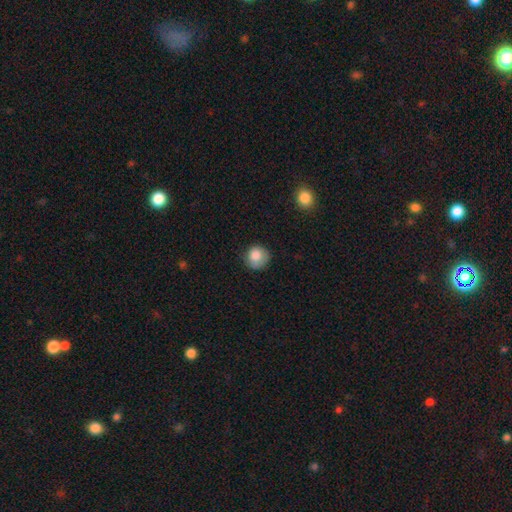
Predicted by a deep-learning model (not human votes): Smooth or featured?
  - smooth: 82% *
  - featured or disk: 9%
  - star or artifact: 9%
How rounded?
  - round: 90% *
  - in between: 9%
  - cigar-shaped: 1%
Merging?
  - none: 70% *
  - minor disturbance: 22%
  - major disturbance: 6%
  - merger: 1%